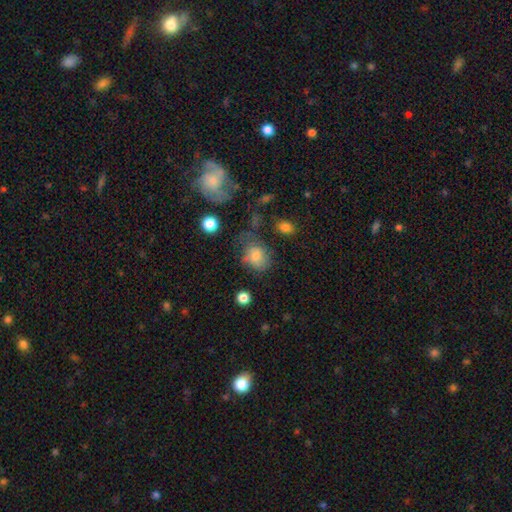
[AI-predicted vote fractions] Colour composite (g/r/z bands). It shows a smooth galaxy with no disk features (70%) that is round (51%). Merging: none (53%).